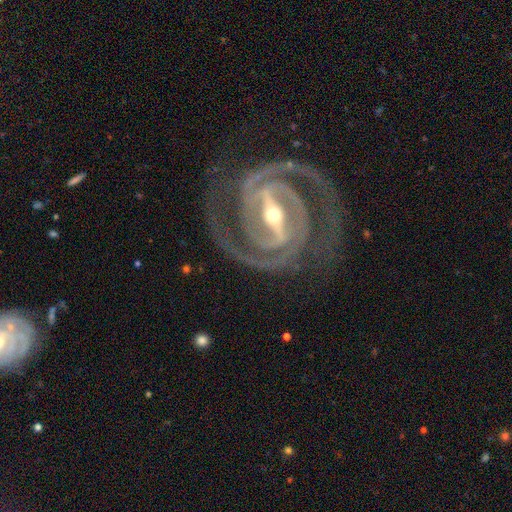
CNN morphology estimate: Smooth or featured? Predicted: featured or disk (p=0.94). Edge-on disk? Predicted: no (p=0.97). Bar? Predicted: strong (p=0.79). Spiral arms? Predicted: yes (p=0.99). Spiral winding? Predicted: tight (p=0.67). Spiral arm count? Predicted: 2 (p=0.87). Bulge size? Predicted: moderate (p=0.53). Merging? Predicted: none (p=0.81).